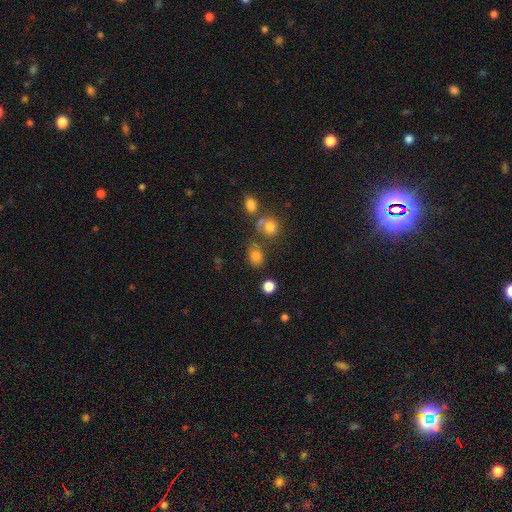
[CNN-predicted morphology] type=smooth (78%); roundness=in between (57%); merging=none (63%).